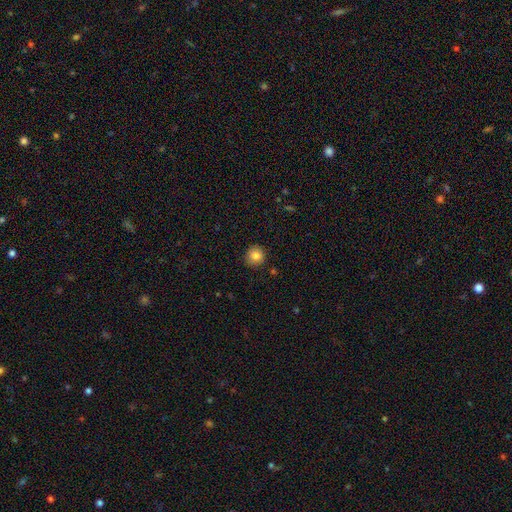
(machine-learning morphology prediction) Smooth or featured? Predicted: smooth (p=0.83). How rounded? Predicted: round (p=0.93). Merging? Predicted: none (p=0.89).